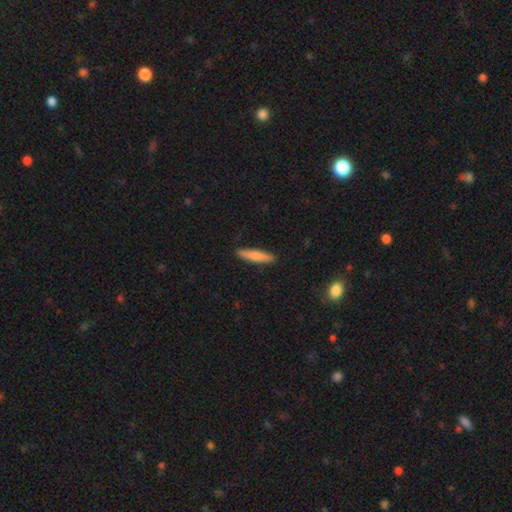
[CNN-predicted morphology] Smooth or featured? Predicted: smooth (p=0.78). How rounded? Predicted: cigar-shaped (p=0.87). Merging? Predicted: none (p=0.90).